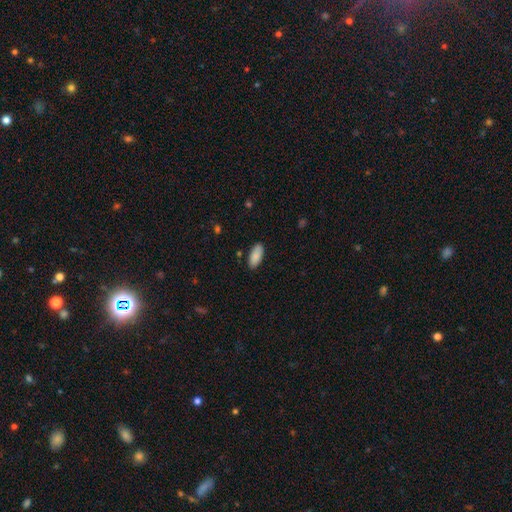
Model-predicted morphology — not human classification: smooth 89%, star or artifact 6%, featured or disk 5%. Down the decision tree: how rounded — in between (88%); merging — none (87%).